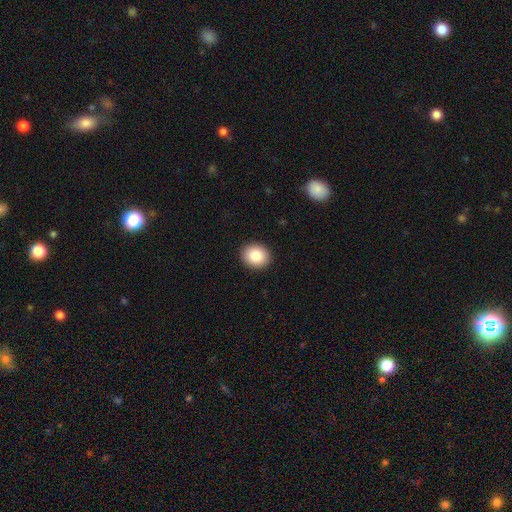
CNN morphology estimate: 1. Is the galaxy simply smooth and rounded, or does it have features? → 87% smooth, 7% star or artifact, 5% featured or disk.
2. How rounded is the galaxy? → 61% round, 38% in between, 1% cigar-shaped.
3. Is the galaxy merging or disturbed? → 92% none, 6% minor disturbance, 2% major disturbance, 1% merger.